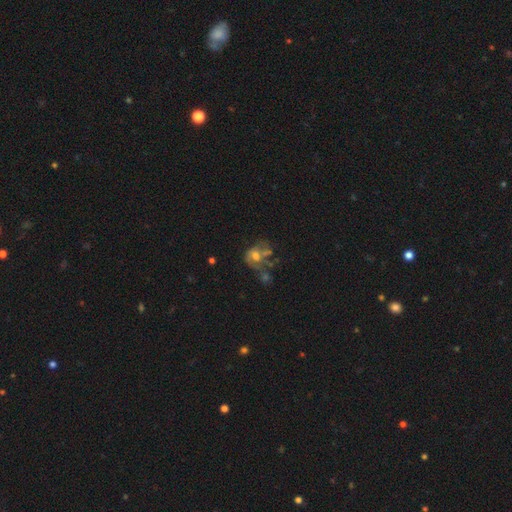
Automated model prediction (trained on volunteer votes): Q: Smooth or featured?
A: featured or disk (52%); runner-up: smooth (35%)
Q: Edge-on disk?
A: no (97%); runner-up: yes (3%)
Q: Bar?
A: no (75%); runner-up: weak (21%)
Q: Spiral arms?
A: no (61%); runner-up: yes (39%)
Q: Bulge size?
A: moderate (55%); runner-up: small (18%)
Q: Merging?
A: major disturbance (32%); runner-up: merger (28%)